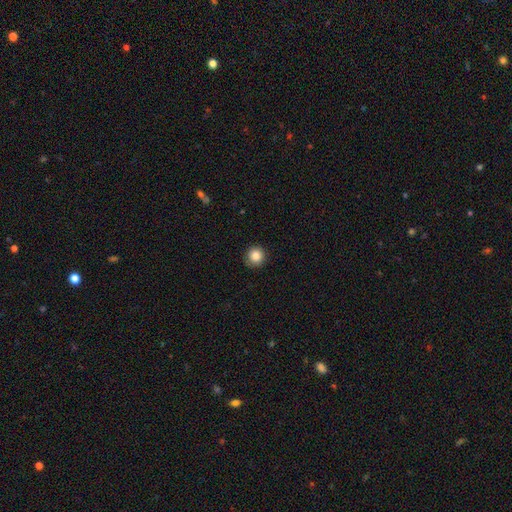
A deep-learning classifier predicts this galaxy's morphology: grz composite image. It shows a smooth galaxy with no disk features (85%) that is round (95%). Merging: none (86%).